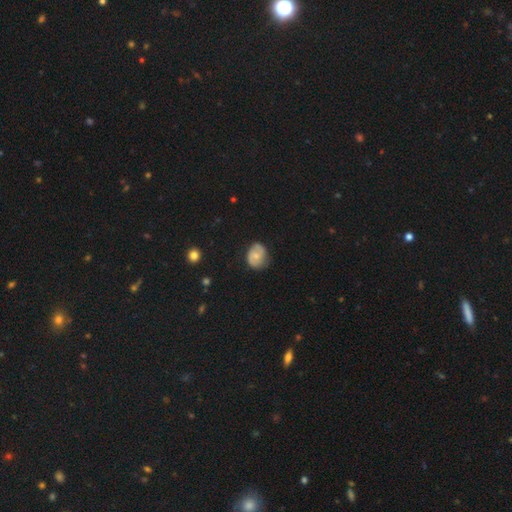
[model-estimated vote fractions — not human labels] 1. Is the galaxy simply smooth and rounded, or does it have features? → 51% featured or disk, 41% smooth, 7% star or artifact.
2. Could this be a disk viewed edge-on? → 97% no, 3% yes.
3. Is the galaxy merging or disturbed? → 65% none, 26% minor disturbance, 7% major disturbance, 1% merger.